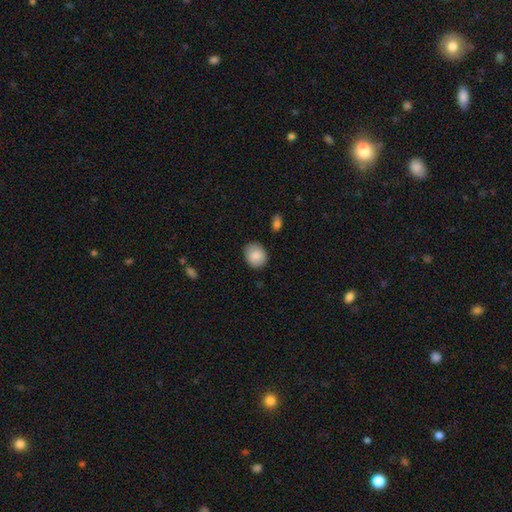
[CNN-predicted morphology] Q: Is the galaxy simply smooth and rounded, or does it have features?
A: smooth — 86%.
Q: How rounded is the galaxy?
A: round — 55%.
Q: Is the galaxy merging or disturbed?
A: none — 84%.